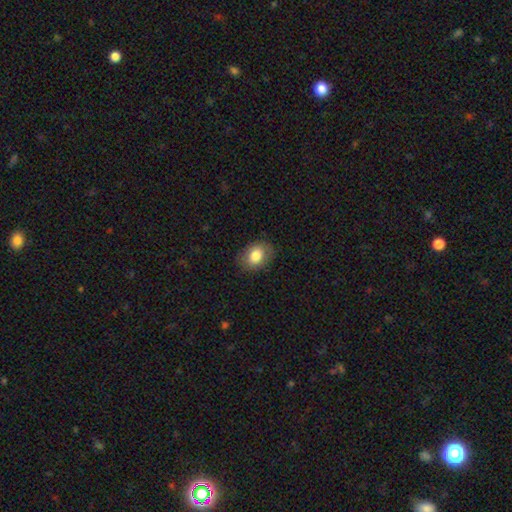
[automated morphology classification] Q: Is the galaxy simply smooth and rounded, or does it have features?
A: smooth — 81%.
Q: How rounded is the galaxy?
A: in between — 73%.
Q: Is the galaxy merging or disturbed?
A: none — 84%.